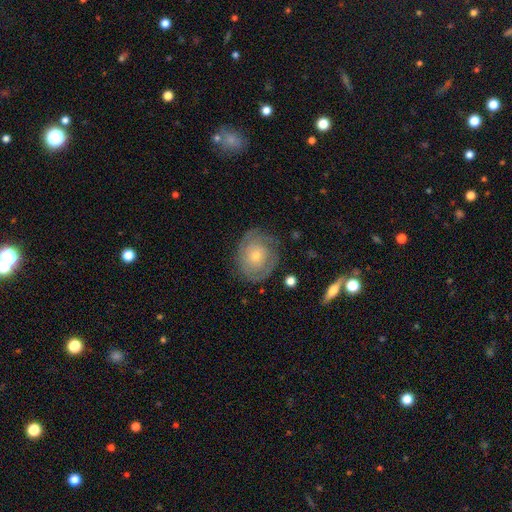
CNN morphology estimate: A featured or disk galaxy (65%) with no bar (83%), tight (71%) spiral arms (83%) and a small central bulge (57%).

Vote fractions:
- Smooth or featured? featured or disk: 65% / smooth: 28% / star or artifact: 7%
- Edge-on disk? no: 96% / yes: 4%
- Bar? no: 83% / weak: 14% / strong: 3%
- Spiral arms? yes: 83% / no: 17%
- Spiral winding? tight: 71% / medium: 22% / loose: 7%
- Spiral arm count? can't tell: 43% / 2: 30% / 3: 12% / 1: 6% / 4: 5% / more than 4: 4%
- Bulge size? small: 57% / moderate: 38% / large: 2% / none: 1% / dominant: 1%
- Merging? none: 75% / minor disturbance: 17% / major disturbance: 7% / merger: 1%